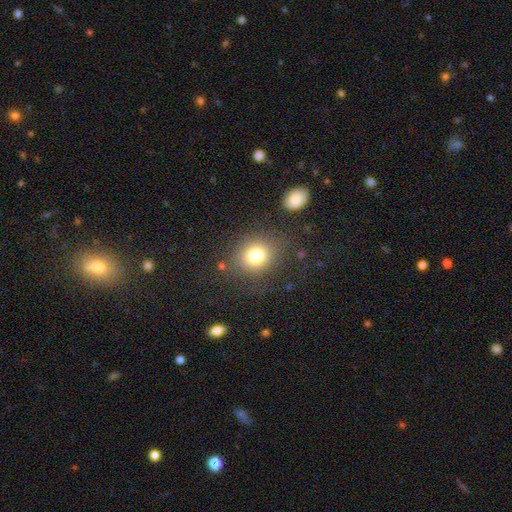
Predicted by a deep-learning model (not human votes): This is likely a smooth galaxy (78%). How rounded: likely round (71%). Merging: likely none (79%).